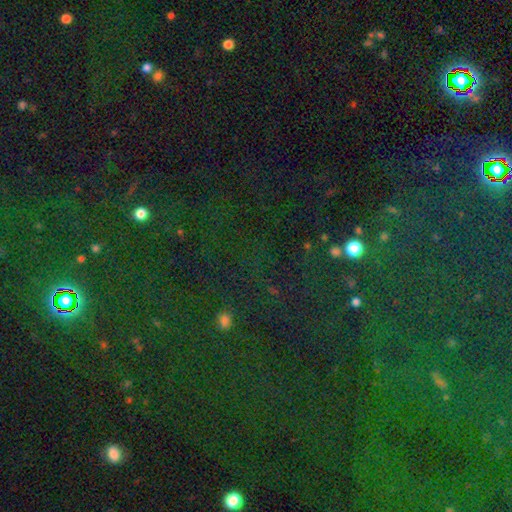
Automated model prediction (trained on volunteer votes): star or artifact 80%, smooth 13%, featured or disk 8%.